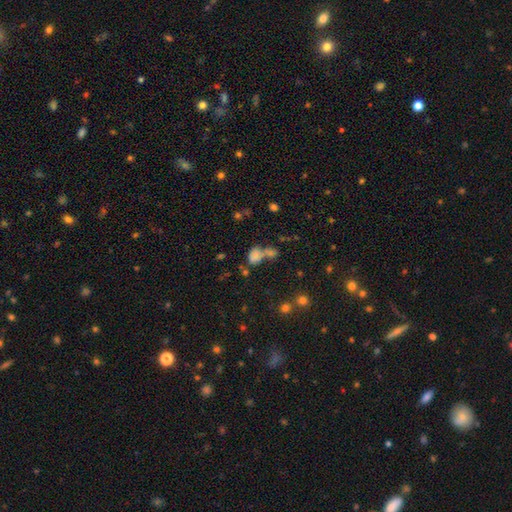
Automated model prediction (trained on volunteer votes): Morphology: type=smooth (72%); roundness=in between (60%); merging=merger (49%).